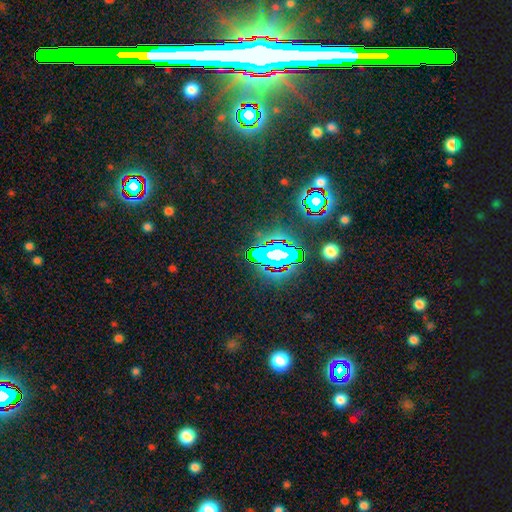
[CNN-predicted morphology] Overall: star or artifact (76%).